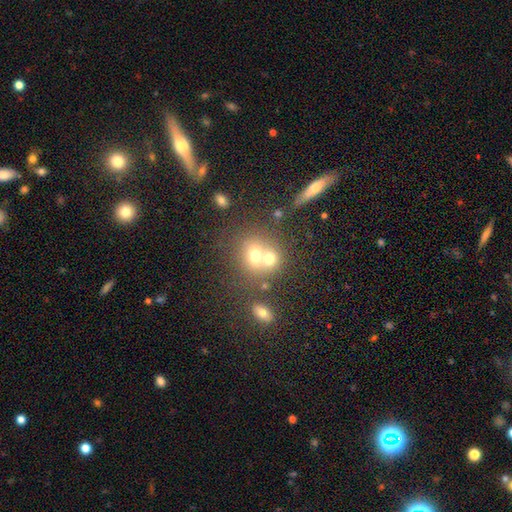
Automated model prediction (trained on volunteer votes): smooth-or-featured: smooth: 64% | featured or disk: 21% | star or artifact: 15%
  how-rounded: round: 74% | in between: 25% | cigar-shaped: 1%
  merging: merger: 55% | none: 34% | minor disturbance: 7% | major disturbance: 4%